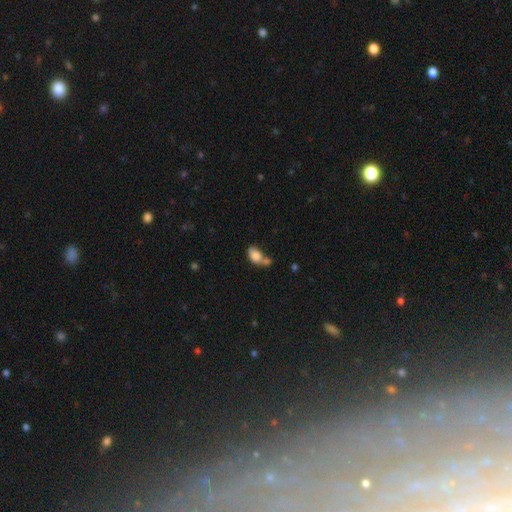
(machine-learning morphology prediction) Smooth or featured? smooth (82%)
How rounded? in between (86%)
Merging? merger (49%)